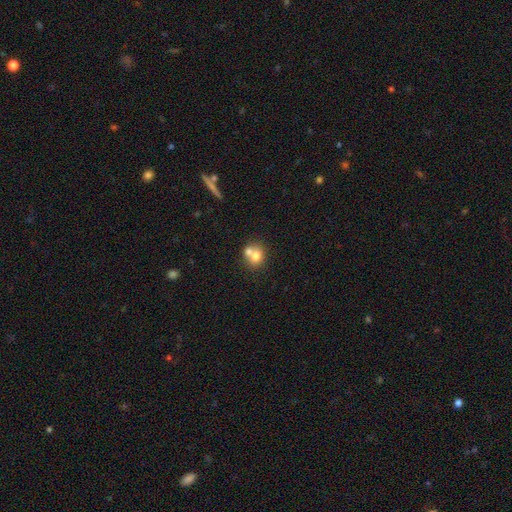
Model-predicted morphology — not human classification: Smooth or featured? smooth (70%)
How rounded? round (61%)
Merging? merger (54%)